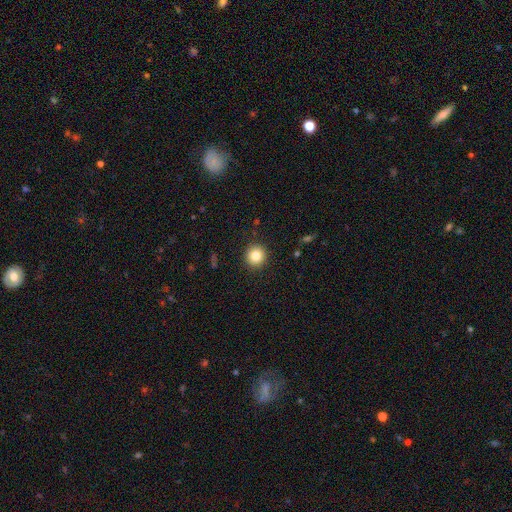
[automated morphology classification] Overall: smooth (83%). How rounded: round (93%). Merging: none (92%).